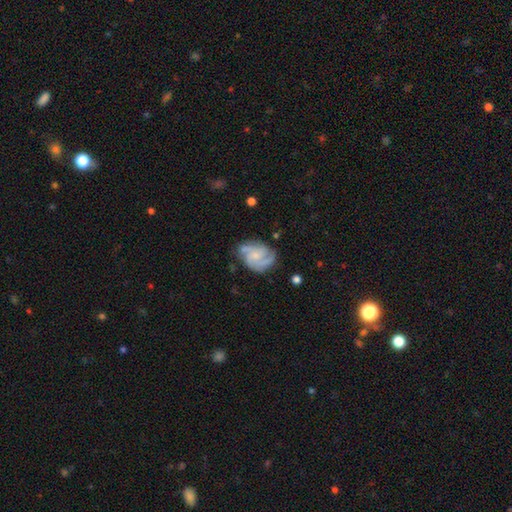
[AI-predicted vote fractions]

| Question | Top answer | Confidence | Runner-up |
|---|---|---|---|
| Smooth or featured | featured or disk | 81% | smooth (13%) |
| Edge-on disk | no | 98% | yes (2%) |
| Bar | no | 66% | weak (30%) |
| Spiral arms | yes | 96% | no (4%) |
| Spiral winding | medium | 46% | tight (40%) |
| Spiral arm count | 3 | 50% | 2 (19%) |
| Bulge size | small | 59% | moderate (20%) |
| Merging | none | 67% | minor disturbance (21%) |